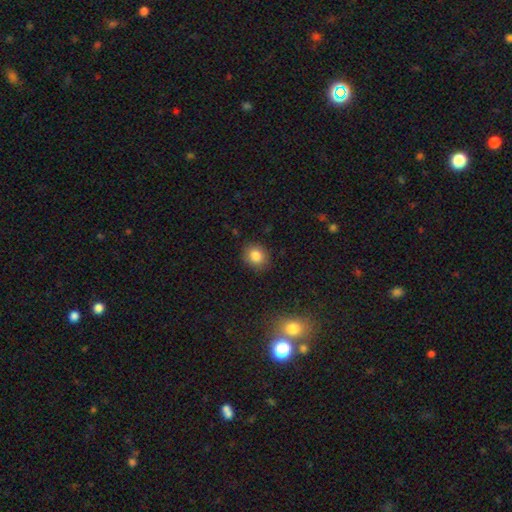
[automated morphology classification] A smooth galaxy with no disk features (83%) that is round (70%).

Vote fractions:
- Smooth or featured? smooth: 83% / star or artifact: 10% / featured or disk: 6%
- How rounded? round: 70% / in between: 29% / cigar-shaped: 1%
- Merging? none: 87% / minor disturbance: 9% / major disturbance: 2% / merger: 1%